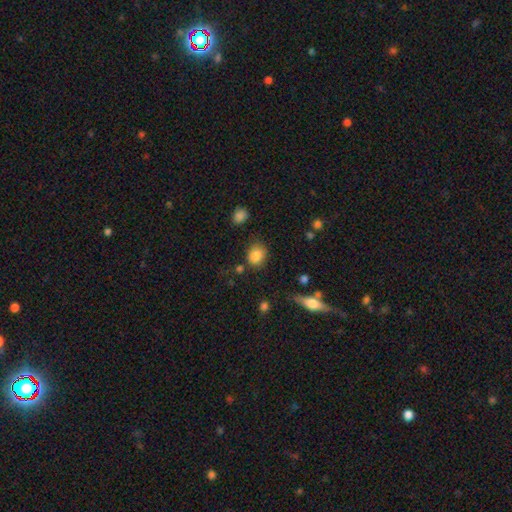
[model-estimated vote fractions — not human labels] This appears to be a smooth galaxy with no disk features (84%) that is round (58%). Merging: none (72%).